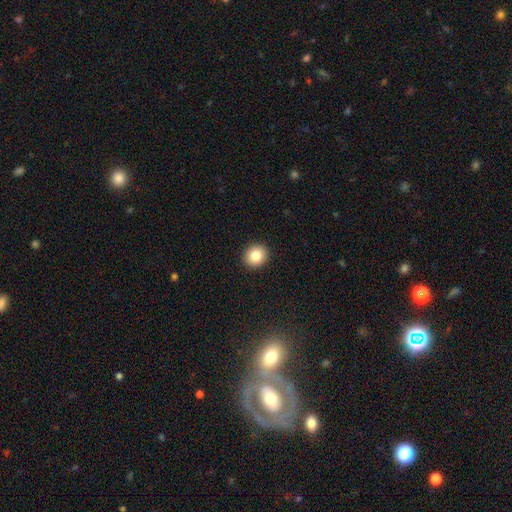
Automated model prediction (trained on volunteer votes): Smooth or featured: smooth — 83% (star or artifact — 10%)
How rounded: round — 84% (in between — 15%)
Merging: none — 93% (minor disturbance — 5%)